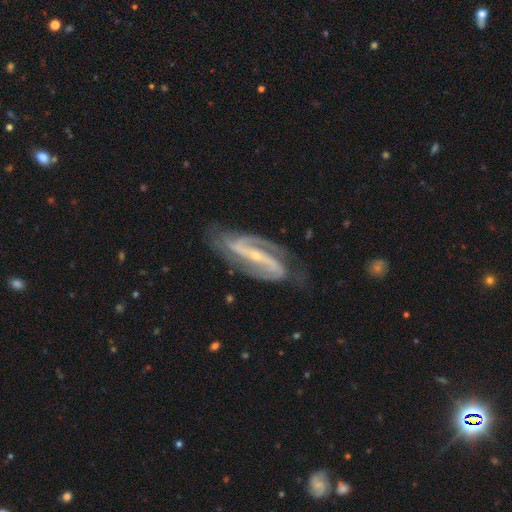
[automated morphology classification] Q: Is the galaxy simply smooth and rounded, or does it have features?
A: featured or disk — 92%.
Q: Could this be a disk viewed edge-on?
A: no — 94%.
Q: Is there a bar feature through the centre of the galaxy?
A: strong — 63%.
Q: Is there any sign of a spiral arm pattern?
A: yes — 98%.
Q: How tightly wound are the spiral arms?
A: medium — 48%.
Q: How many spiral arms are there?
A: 2 — 90%.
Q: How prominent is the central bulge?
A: small — 78%.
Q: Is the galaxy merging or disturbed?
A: none — 75%.